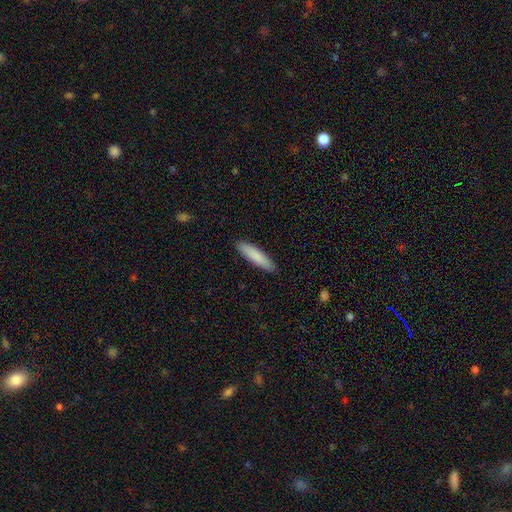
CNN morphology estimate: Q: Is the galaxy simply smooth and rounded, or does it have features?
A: smooth — 85%.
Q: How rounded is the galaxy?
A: cigar-shaped — 79%.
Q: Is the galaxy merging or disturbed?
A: none — 90%.